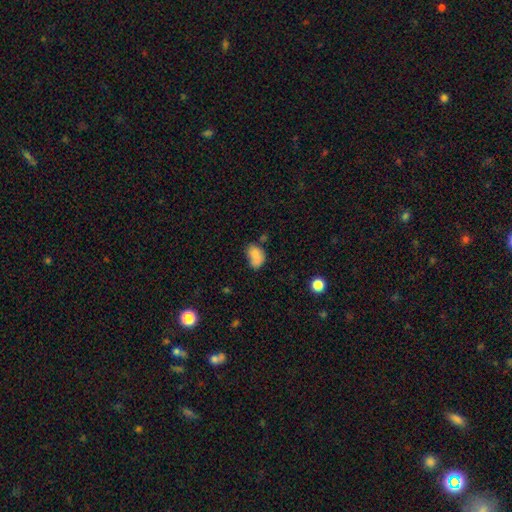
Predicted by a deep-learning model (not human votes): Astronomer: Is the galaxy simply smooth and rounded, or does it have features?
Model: smooth — 78%.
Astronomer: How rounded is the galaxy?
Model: in between — 79%.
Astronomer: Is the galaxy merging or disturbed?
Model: none — 40% (runner-up: minor disturbance, 28%).